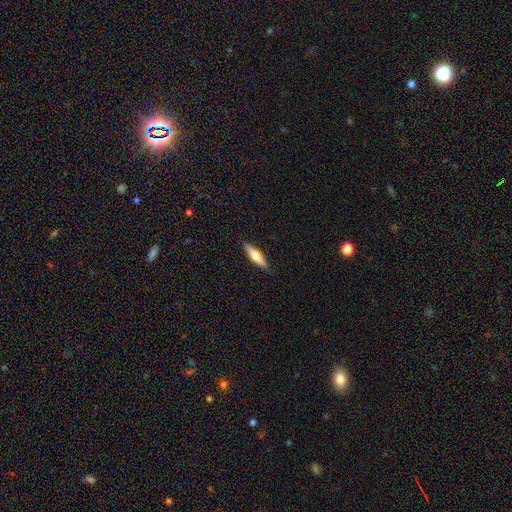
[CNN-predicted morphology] Smooth or featured? smooth (55%)
How rounded? cigar-shaped (66%)
Merging? none (89%)